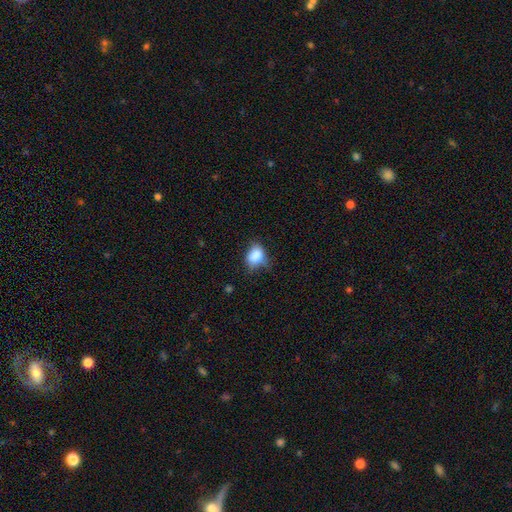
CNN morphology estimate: type=smooth (83%); roundness=in between (67%); merging=none (49%).